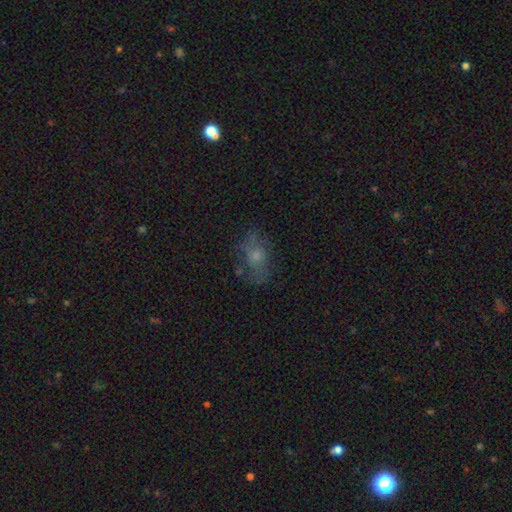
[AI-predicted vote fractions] Smooth or featured?
  - smooth: 51% *
  - featured or disk: 32%
  - star or artifact: 16%
How rounded?
  - in between: 74% *
  - round: 23%
  - cigar-shaped: 3%
Merging?
  - none: 59% *
  - minor disturbance: 23%
  - major disturbance: 15%
  - merger: 3%